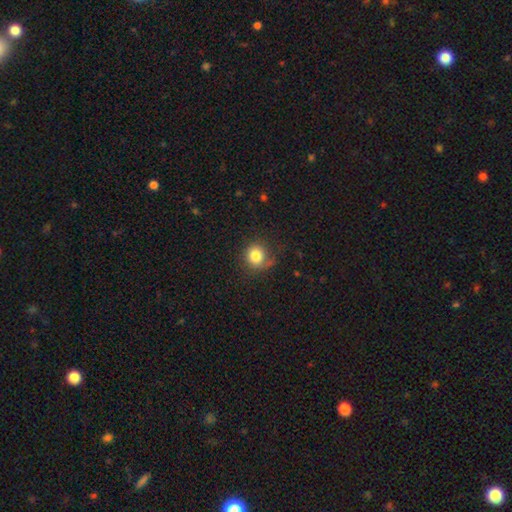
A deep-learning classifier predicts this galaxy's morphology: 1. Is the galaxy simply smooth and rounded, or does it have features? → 81% smooth, 11% star or artifact, 8% featured or disk.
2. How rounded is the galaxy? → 89% round, 10% in between, 1% cigar-shaped.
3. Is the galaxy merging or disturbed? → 72% none, 18% minor disturbance, 8% major disturbance, 2% merger.